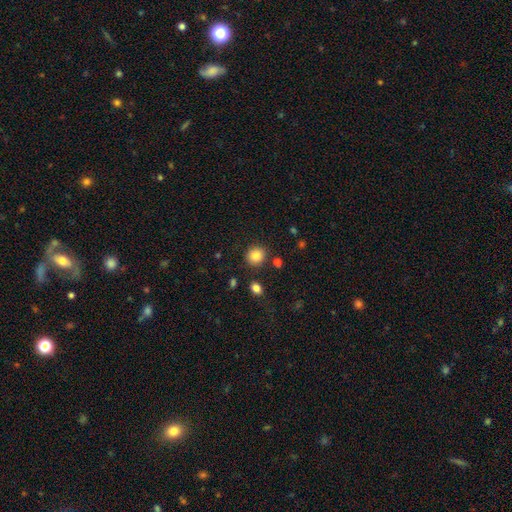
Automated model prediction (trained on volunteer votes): This appears to be a smooth galaxy with no disk features (86%) that is round (86%). Merging: none (86%).